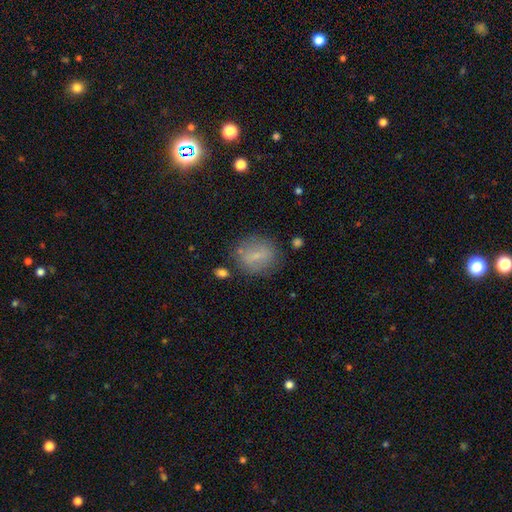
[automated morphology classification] Overall: smooth (63%; featured or disk 26%). How rounded: round (51%; in between 45%). Merging: none (74%).